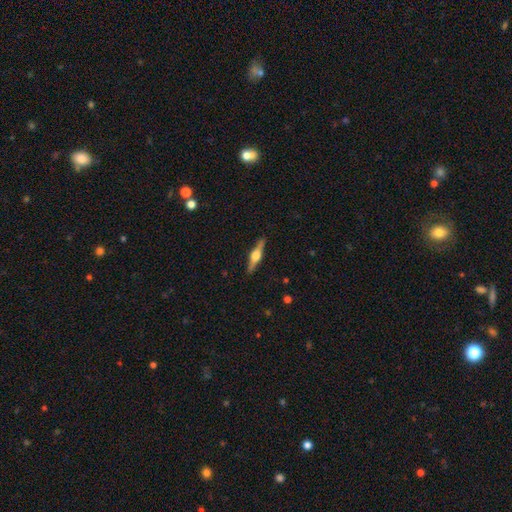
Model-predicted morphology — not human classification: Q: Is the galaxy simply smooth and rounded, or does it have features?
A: featured or disk — 73%.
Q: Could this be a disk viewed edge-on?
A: yes — 98%.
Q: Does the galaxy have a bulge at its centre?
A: rounded — 93%.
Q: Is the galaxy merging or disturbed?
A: none — 90%.